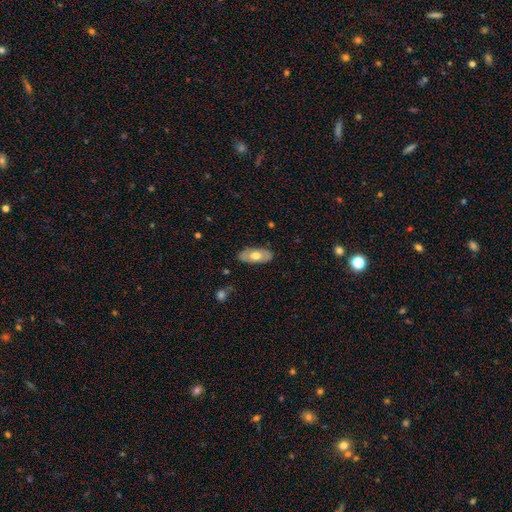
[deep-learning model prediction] A smooth galaxy with no disk features (59%) that is in between round and cigar-shaped (90%). Merging: none (84%).